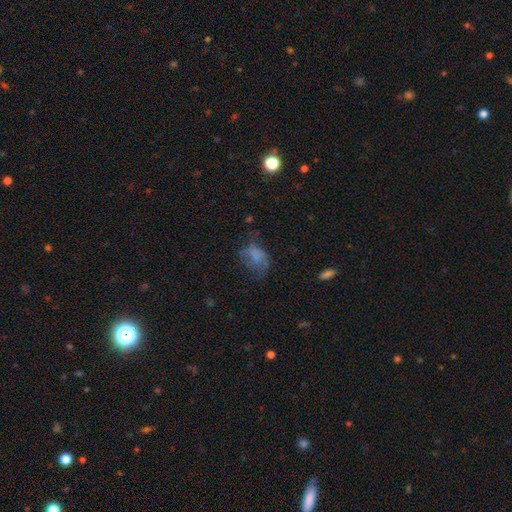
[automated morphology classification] The model was most divided on "merging": none: 36%, major disturbance: 35%, minor disturbance: 27%, merger: 3%. More confident: how rounded — in between (79%); smooth or featured — smooth (59%).